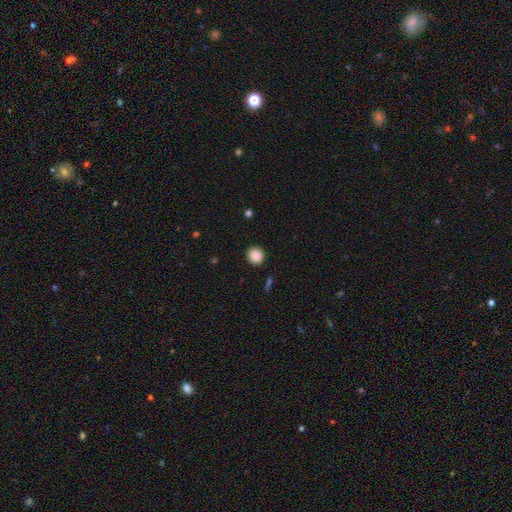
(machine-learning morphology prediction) smooth_or_featured: smooth (p=0.86) [alt: star or artifact p=0.09]
how_rounded: round (p=0.92) [alt: in between p=0.07]
merging: none (p=0.92) [alt: minor disturbance p=0.05]